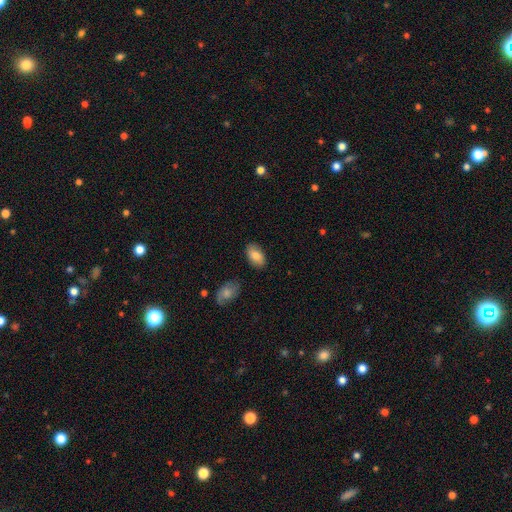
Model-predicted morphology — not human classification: A smooth galaxy with no disk features (81%) that is in between round and cigar-shaped (93%). Merging: none (83%).